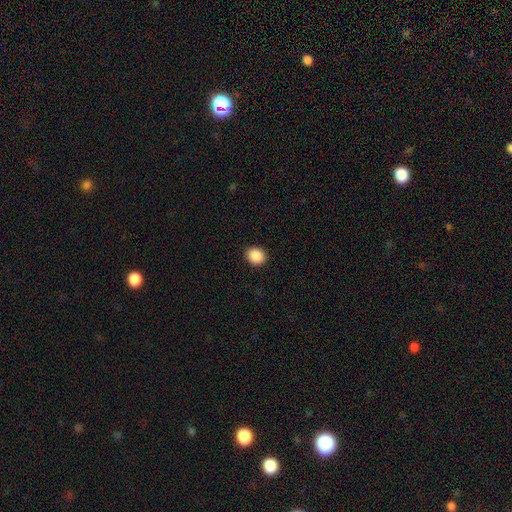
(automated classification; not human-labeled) smooth-or-featured: smooth: 89% | star or artifact: 9% | featured or disk: 3%
  how-rounded: round: 76% | in between: 23% | cigar-shaped: 1%
  merging: none: 91% | minor disturbance: 6% | major disturbance: 2% | merger: 1%